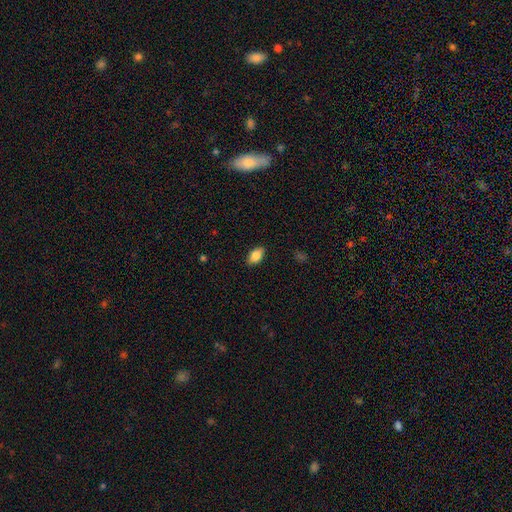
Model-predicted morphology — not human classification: smooth-or-featured: smooth: 83% | featured or disk: 10% | star or artifact: 8%
  how-rounded: in between: 90% | round: 6% | cigar-shaped: 4%
  merging: none: 87% | minor disturbance: 10% | major disturbance: 2% | merger: 1%